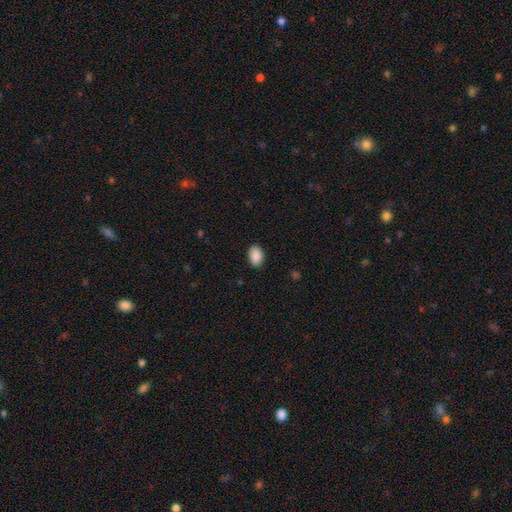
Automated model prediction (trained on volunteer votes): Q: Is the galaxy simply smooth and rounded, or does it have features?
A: smooth — 90%.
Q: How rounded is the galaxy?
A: in between — 88%.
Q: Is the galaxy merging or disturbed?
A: none — 89%.